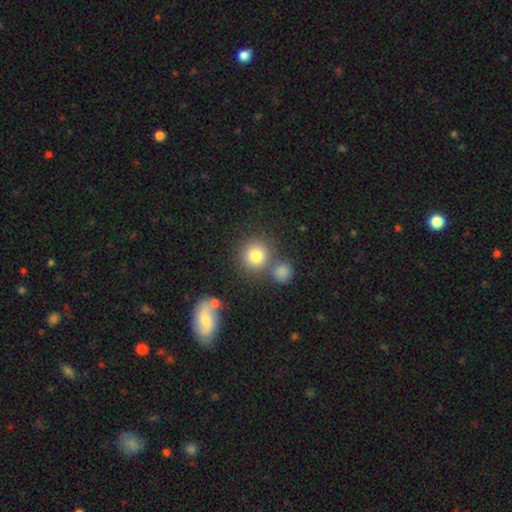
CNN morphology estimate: Smooth or featured? Predicted: smooth (p=0.81). How rounded? Predicted: round (p=0.90). Merging? Predicted: none (p=0.68).